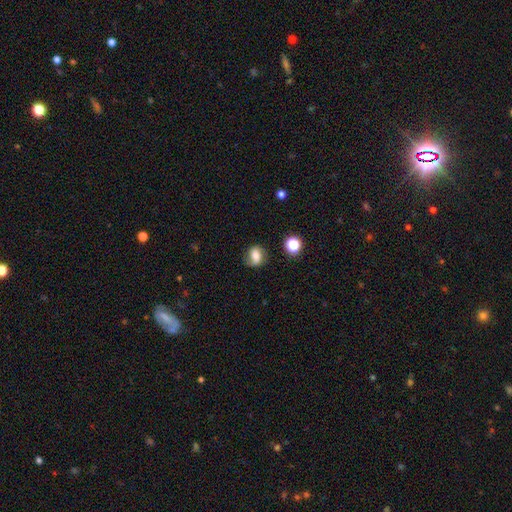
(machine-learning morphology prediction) Q: Smooth or featured?
A: smooth (58%); runner-up: featured or disk (29%)
Q: How rounded?
A: in between (52%); runner-up: round (47%)
Q: Merging?
A: none (67%); runner-up: minor disturbance (21%)